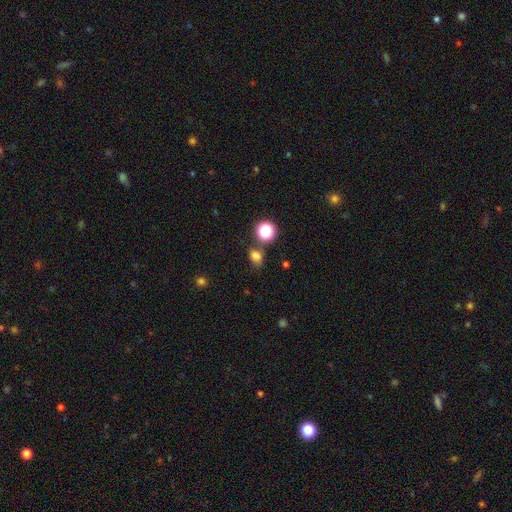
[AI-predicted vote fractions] This is likely a smooth galaxy (73%). How rounded: possibly in between (60%). Merging: likely none (68%).